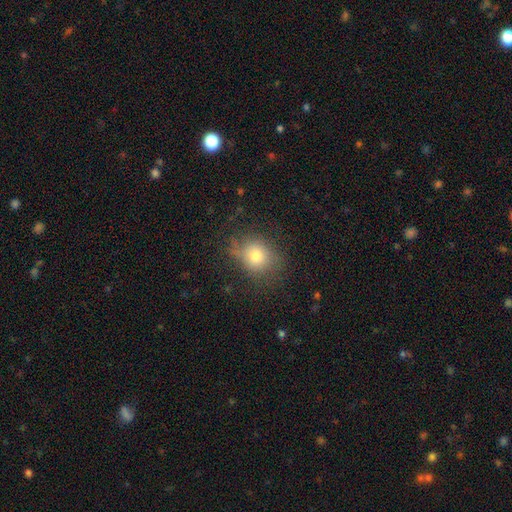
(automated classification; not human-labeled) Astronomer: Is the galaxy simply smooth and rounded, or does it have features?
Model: smooth — 74%.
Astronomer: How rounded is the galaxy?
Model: round — 67%.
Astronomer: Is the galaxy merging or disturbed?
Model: none — 68%.